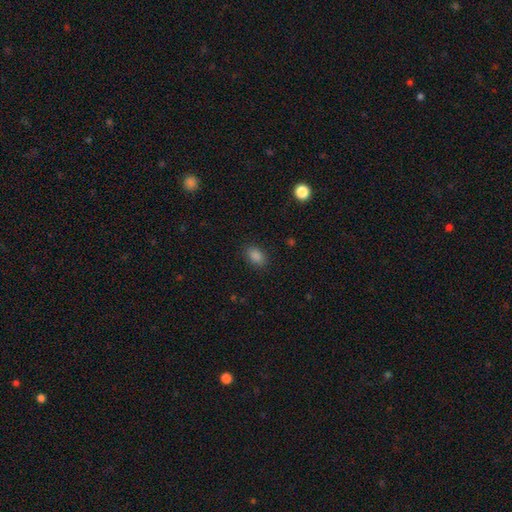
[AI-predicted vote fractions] This is clearly a smooth galaxy (85%). How rounded: clearly in between (84%). Merging: clearly none (87%).